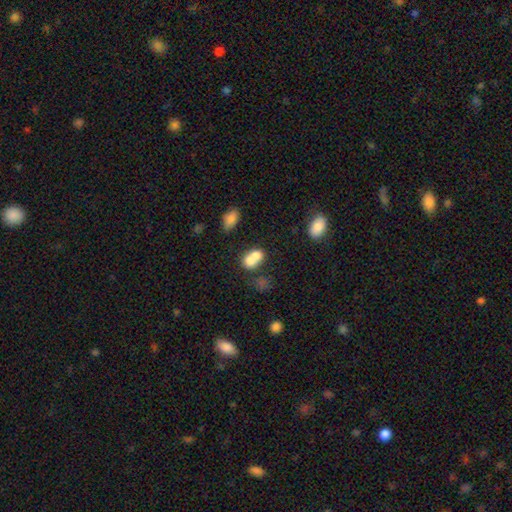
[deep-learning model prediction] Morphology: type=smooth (72%); roundness=in between (54%); merging=merger (68%).